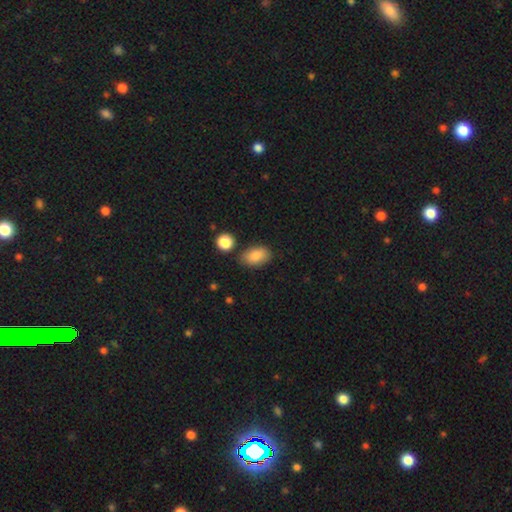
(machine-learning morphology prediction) A smooth galaxy with no disk features (86%) that is in between round and cigar-shaped (91%). Merging: none (77%).